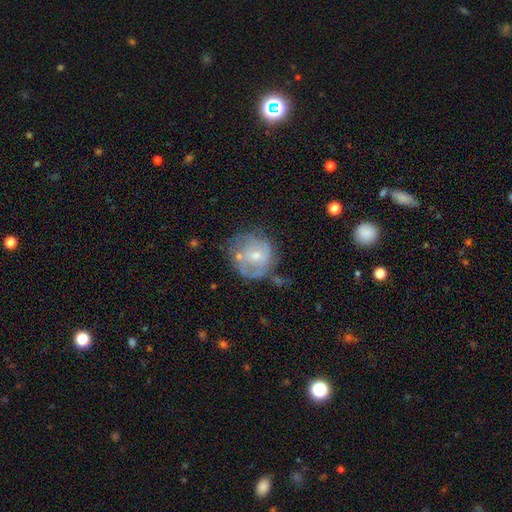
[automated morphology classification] smooth-or-featured: featured or disk: 58% | smooth: 34% | star or artifact: 8%
  disk-edge-on: no: 97% | yes: 3%
    bar: no: 64% | weak: 30% | strong: 6%
    has-spiral-arms: yes: 52% | no: 48%
    bulge-size: moderate: 49% | small: 44% | none: 3% | large: 2% | dominant: 1%
  merging: none: 44% | minor disturbance: 27% | major disturbance: 20% | merger: 10%